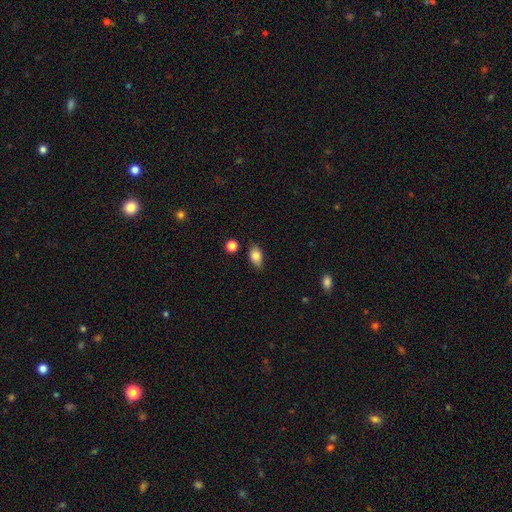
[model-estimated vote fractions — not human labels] Smooth or featured: smooth — 83% (star or artifact — 9%)
How rounded: in between — 85% (round — 12%)
Merging: none — 75% (minor disturbance — 18%)